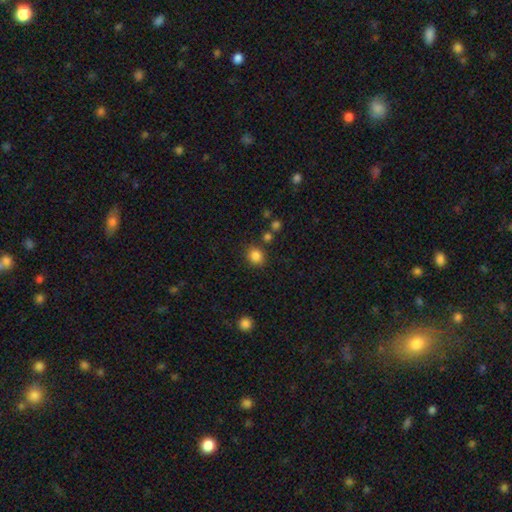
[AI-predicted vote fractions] The model was most divided on "how rounded": round: 76%, in between: 23%, cigar-shaped: 1%. More confident: smooth or featured — smooth (85%); merging — none (83%).